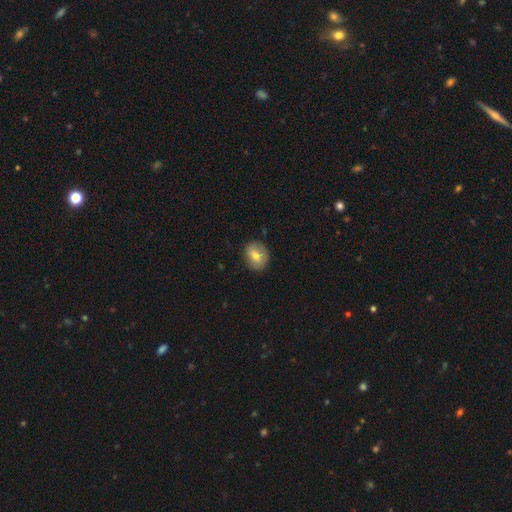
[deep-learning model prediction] Q: Smooth or featured?
A: smooth (71%); runner-up: featured or disk (20%)
Q: How rounded?
A: round (64%); runner-up: in between (35%)
Q: Merging?
A: none (83%); runner-up: minor disturbance (13%)